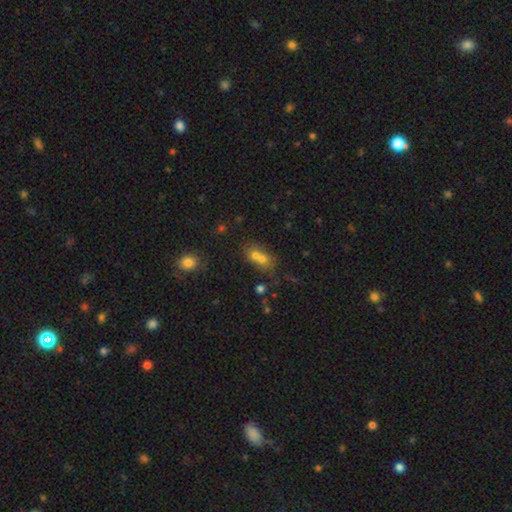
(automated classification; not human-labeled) A smooth galaxy with no disk features (65%) that is round (51%). Merging: merger (66%).